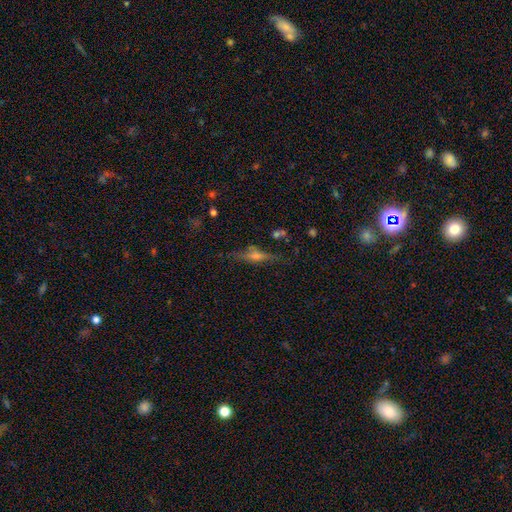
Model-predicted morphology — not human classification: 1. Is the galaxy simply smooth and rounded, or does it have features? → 49% featured or disk, 36% smooth, 15% star or artifact.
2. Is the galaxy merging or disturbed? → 71% none, 17% minor disturbance, 7% major disturbance, 4% merger.